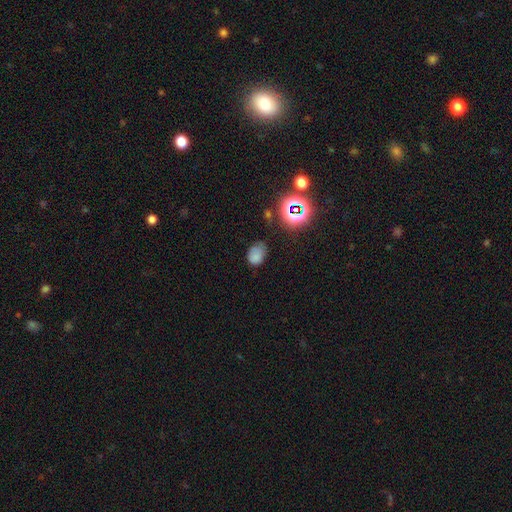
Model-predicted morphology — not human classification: Smooth or featured? smooth (71%)
How rounded? in between (64%)
Merging? none (48%)